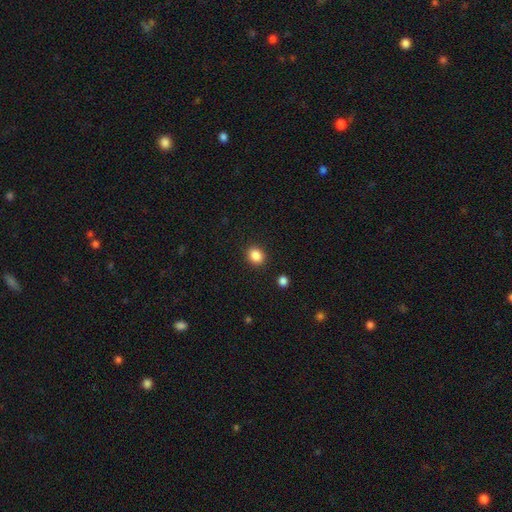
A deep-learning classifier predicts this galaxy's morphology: Smooth or featured?
  - smooth: 87% *
  - star or artifact: 10%
  - featured or disk: 4%
How rounded?
  - round: 58% *
  - in between: 41%
  - cigar-shaped: 1%
Merging?
  - none: 88% *
  - minor disturbance: 7%
  - major disturbance: 2%
  - merger: 2%